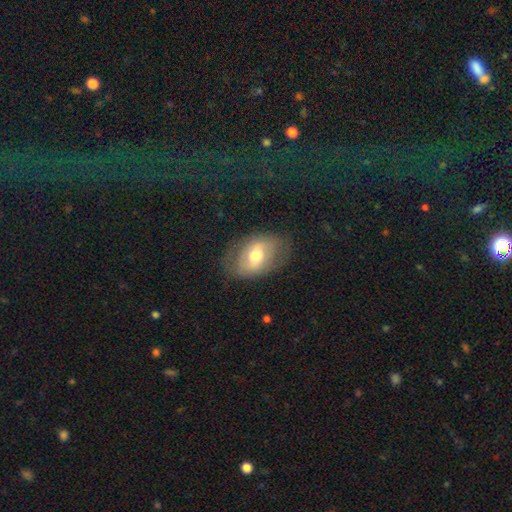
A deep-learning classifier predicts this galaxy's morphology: This appears to be a smooth galaxy with no disk features (48%). Merging: none (72%).